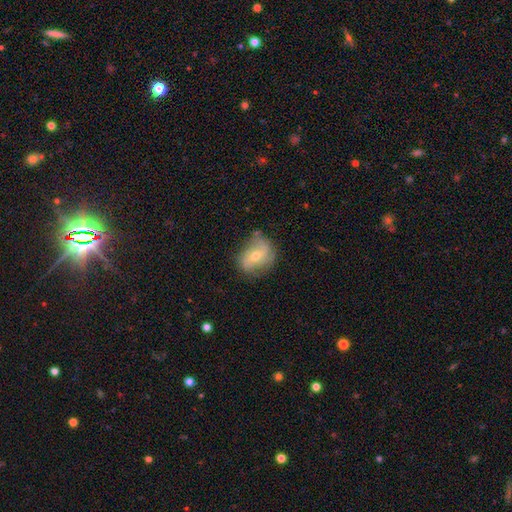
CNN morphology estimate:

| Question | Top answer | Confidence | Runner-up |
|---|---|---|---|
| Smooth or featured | featured or disk | 62% | smooth (29%) |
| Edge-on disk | no | 95% | yes (5%) |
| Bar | no | 47% | weak (37%) |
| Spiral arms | yes | 80% | no (20%) |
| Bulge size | moderate | 55% | small (41%) |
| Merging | none | 62% | minor disturbance (27%) |